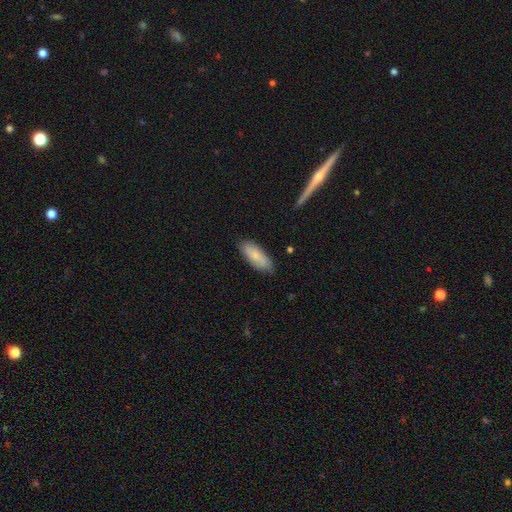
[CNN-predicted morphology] type=smooth (79%); roundness=in between (75%); merging=none (82%).